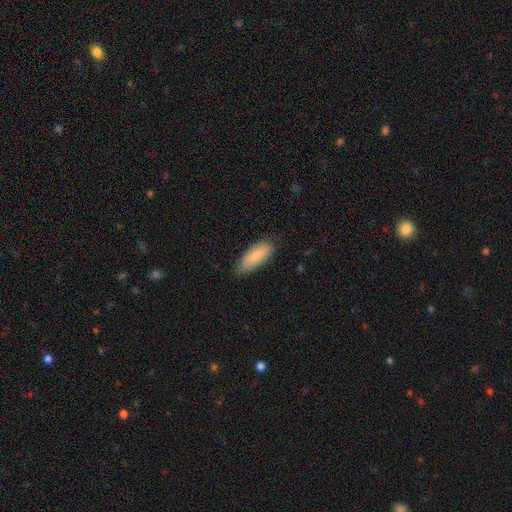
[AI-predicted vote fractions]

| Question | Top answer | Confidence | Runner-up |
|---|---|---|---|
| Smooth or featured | smooth | 80% | featured or disk (14%) |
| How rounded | in between | 78% | cigar-shaped (20%) |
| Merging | none | 78% | minor disturbance (18%) |